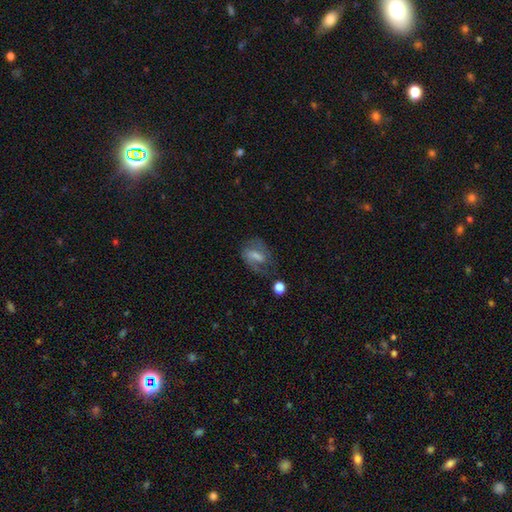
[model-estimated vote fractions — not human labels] smooth_or_featured: featured or disk (p=0.48) [alt: smooth p=0.42]
merging: none (p=0.50) [alt: minor disturbance p=0.24]